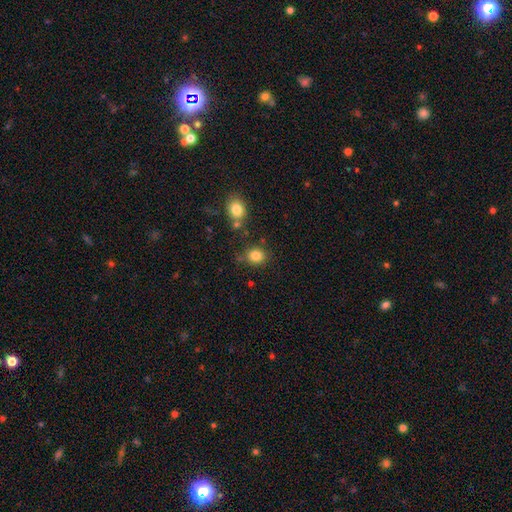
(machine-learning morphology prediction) Q: Smooth or featured?
A: smooth (83%); runner-up: star or artifact (11%)
Q: How rounded?
A: round (72%); runner-up: in between (27%)
Q: Merging?
A: none (76%); runner-up: minor disturbance (13%)